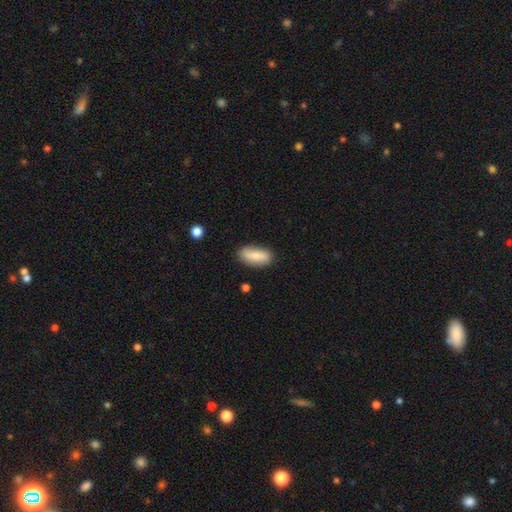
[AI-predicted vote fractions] The model was most divided on "smooth or featured": smooth: 73%, featured or disk: 21%, star or artifact: 6%. More confident: merging — none (84%); how rounded — in between (78%).